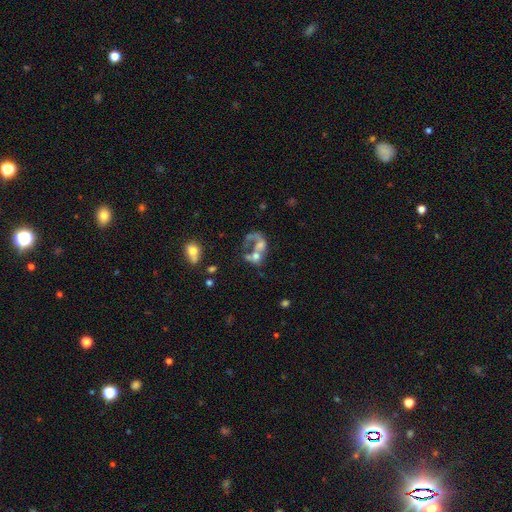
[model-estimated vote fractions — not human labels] A featured or disk galaxy (54%) with no bar (84%), no spiral arms (67%) and a moderate central bulge (33%). Merging: merger (54%).